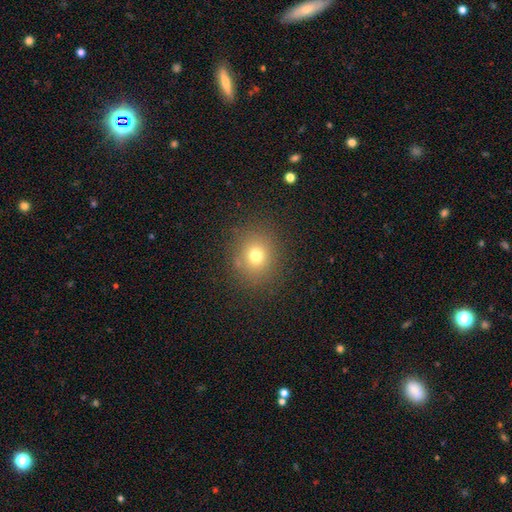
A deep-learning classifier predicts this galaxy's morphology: Smooth or featured? smooth (72%)
How rounded? round (80%)
Merging? none (85%)